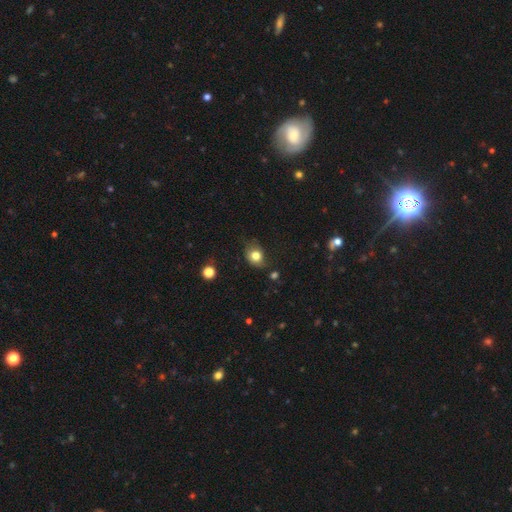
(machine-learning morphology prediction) type=smooth (79%); roundness=round (54%); merging=none (59%).